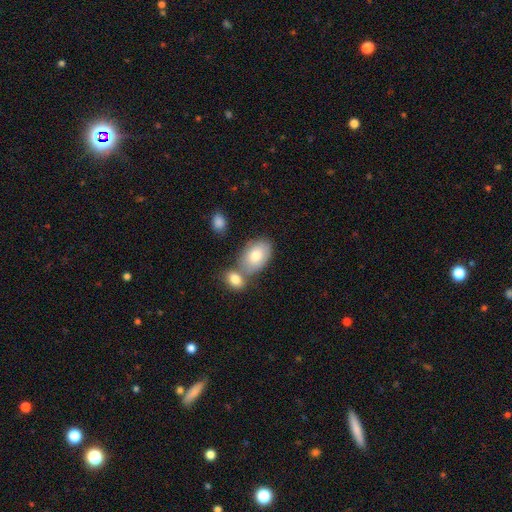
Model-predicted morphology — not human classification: Q: Smooth or featured?
A: smooth (78%); runner-up: featured or disk (15%)
Q: How rounded?
A: in between (90%); runner-up: round (9%)
Q: Merging?
A: none (49%); runner-up: merger (34%)